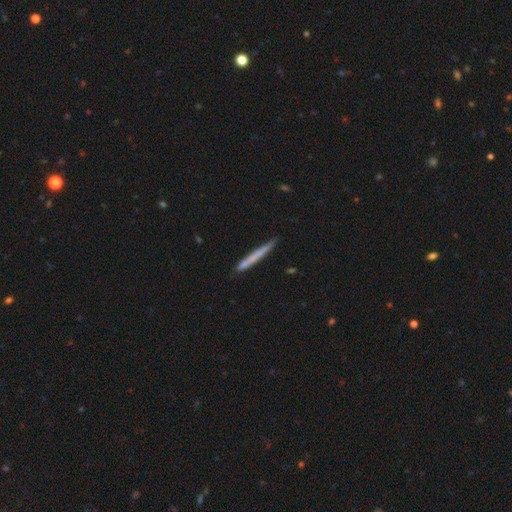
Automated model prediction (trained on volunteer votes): Smooth or featured?
  - smooth: 61% *
  - featured or disk: 34%
  - star or artifact: 5%
How rounded?
  - cigar-shaped: 97% *
  - in between: 2%
  - round: 1%
Merging?
  - none: 83% *
  - minor disturbance: 12%
  - merger: 2%
  - major disturbance: 2%